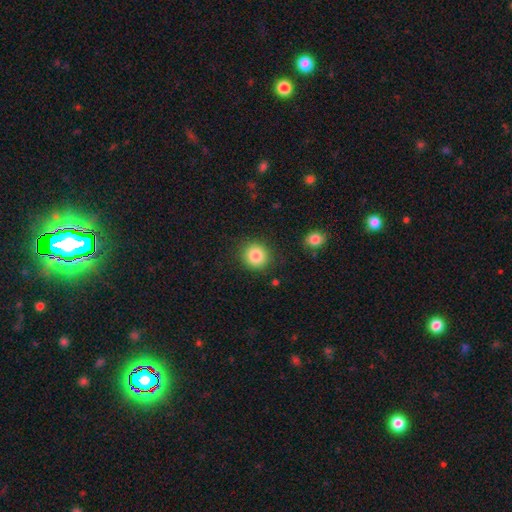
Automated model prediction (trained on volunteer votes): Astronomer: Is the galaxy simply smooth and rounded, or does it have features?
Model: smooth — 85%.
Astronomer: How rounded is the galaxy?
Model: round — 90%.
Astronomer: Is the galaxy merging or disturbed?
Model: none — 88%.